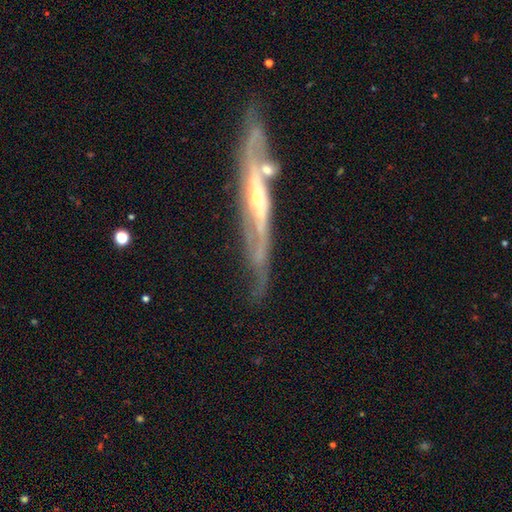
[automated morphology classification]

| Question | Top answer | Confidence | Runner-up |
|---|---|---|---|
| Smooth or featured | featured or disk | 85% | smooth (9%) |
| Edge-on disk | yes | 59% | no (41%) |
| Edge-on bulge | rounded | 66% | none (29%) |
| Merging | none | 59% | minor disturbance (21%) |